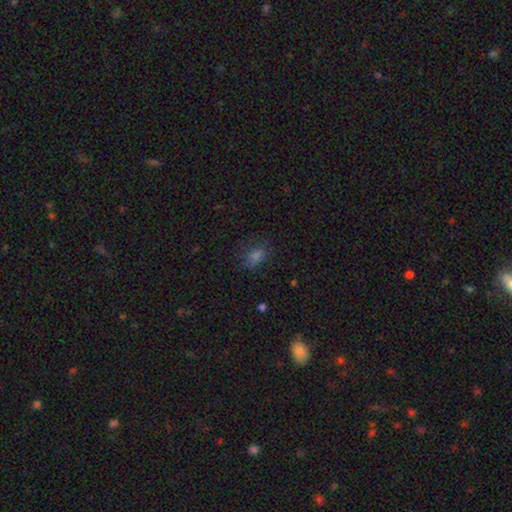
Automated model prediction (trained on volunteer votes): smooth_or_featured: smooth (p=0.71) [alt: star or artifact p=0.21]
how_rounded: in between (p=0.70) [alt: round p=0.28]
merging: none (p=0.73) [alt: minor disturbance p=0.18]